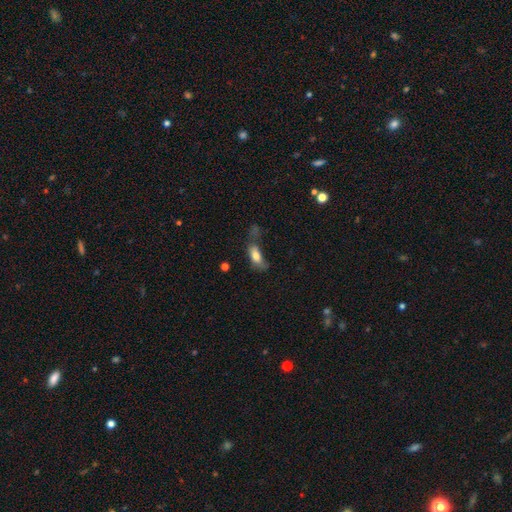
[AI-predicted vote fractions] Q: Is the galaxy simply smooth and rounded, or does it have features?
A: smooth — 75%.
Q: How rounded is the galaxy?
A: in between — 81%.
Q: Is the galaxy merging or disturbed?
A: none — 32%.